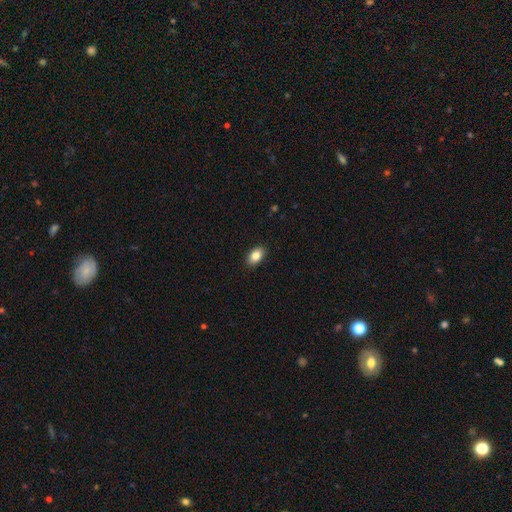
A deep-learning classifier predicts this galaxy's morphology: smooth-or-featured: smooth: 85% | star or artifact: 8% | featured or disk: 7%
  how-rounded: in between: 90% | round: 9% | cigar-shaped: 2%
  merging: none: 90% | minor disturbance: 8% | major disturbance: 2% | merger: 1%